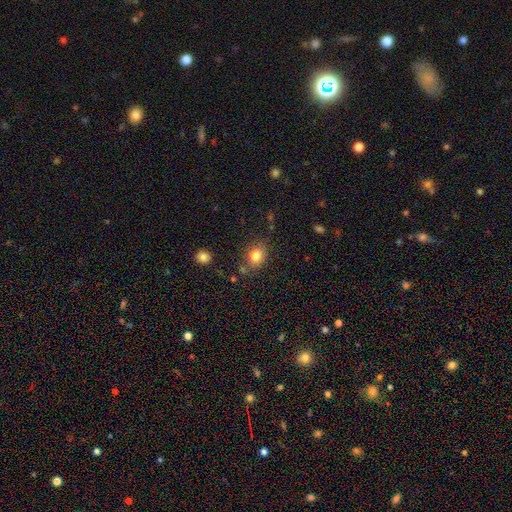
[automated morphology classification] Overall: smooth (82%). How rounded: round (50%; in between 48%). Merging: none (74%).